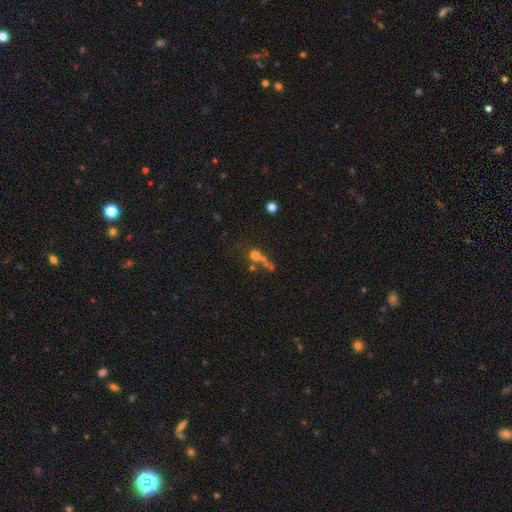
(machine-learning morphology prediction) smooth_or_featured: smooth (p=0.58) [alt: star or artifact p=0.22]
how_rounded: round (p=0.81) [alt: in between p=0.15]
merging: merger (p=0.40) [tied with: none p=0.40]